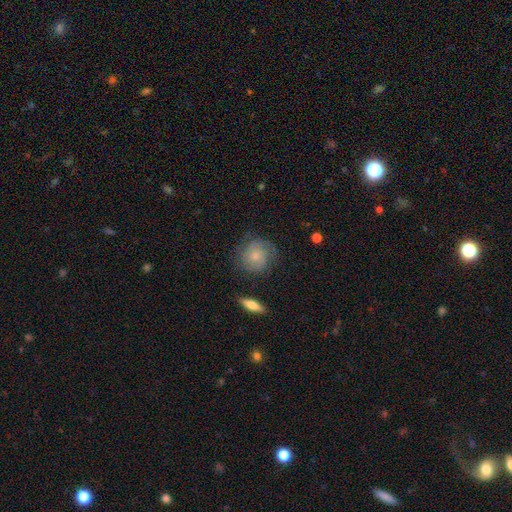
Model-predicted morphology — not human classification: This appears to be a smooth galaxy with no disk features (52%) that is round (84%). Merging: none (70%).